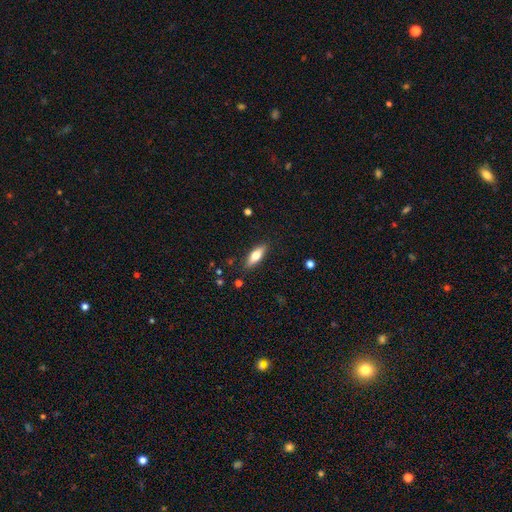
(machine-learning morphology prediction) This appears to be a smooth galaxy with no disk features (70%) that is in between round and cigar-shaped (63%). Merging: none (87%).